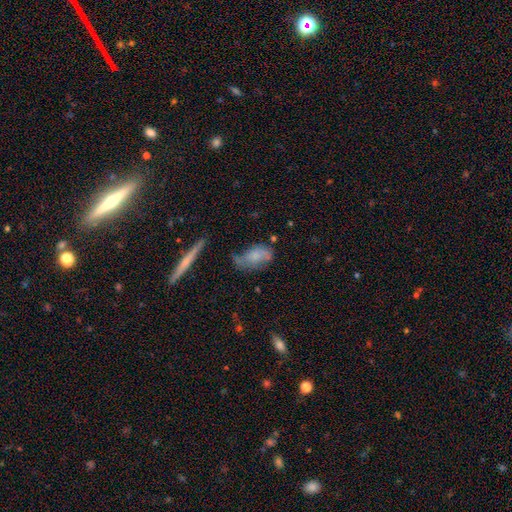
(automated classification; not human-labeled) Q: Smooth or featured?
A: smooth (60%); runner-up: featured or disk (31%)
Q: How rounded?
A: in between (83%); runner-up: cigar-shaped (11%)
Q: Merging?
A: none (43%); runner-up: minor disturbance (34%)